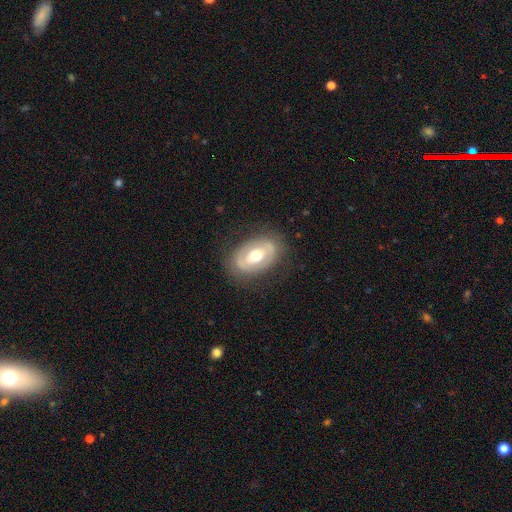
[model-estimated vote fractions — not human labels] Smooth or featured? Predicted: featured or disk (p=0.59). Edge-on disk? Predicted: no (p=0.92). Bar? Predicted: no (p=0.49). Spiral arms? Predicted: no (p=0.72). Bulge size? Predicted: moderate (p=0.73). Merging? Predicted: none (p=0.79).